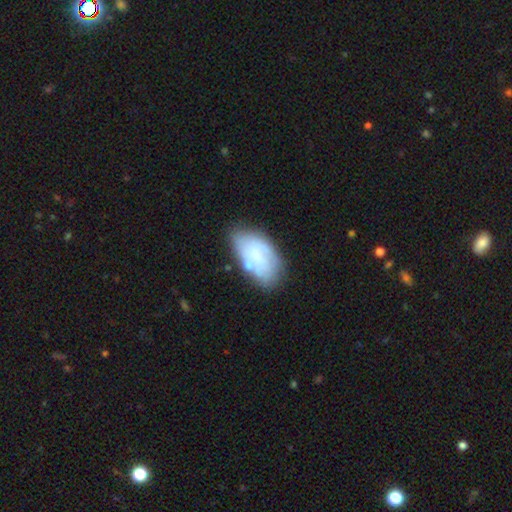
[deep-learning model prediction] A smooth galaxy with no disk features (58%) that is in between round and cigar-shaped (93%).

Vote fractions:
- Smooth or featured? smooth: 58% / featured or disk: 33% / star or artifact: 8%
- How rounded? in between: 93% / round: 5% / cigar-shaped: 2%
- Merging? none: 56% / minor disturbance: 27% / major disturbance: 10% / merger: 7%